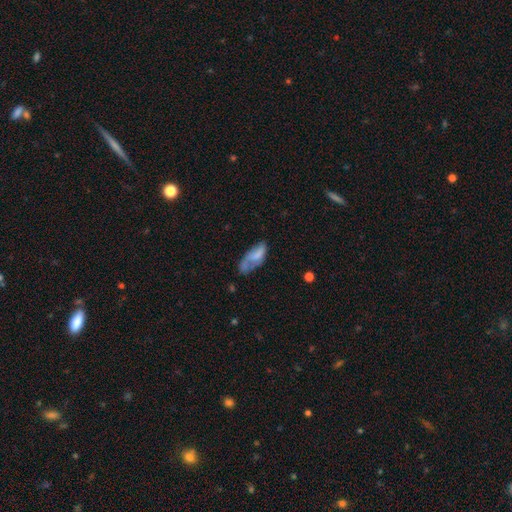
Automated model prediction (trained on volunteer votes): Q: Smooth or featured?
A: smooth (59%); runner-up: featured or disk (33%)
Q: How rounded?
A: in between (83%); runner-up: cigar-shaped (15%)
Q: Merging?
A: none (34%); runner-up: minor disturbance (31%)